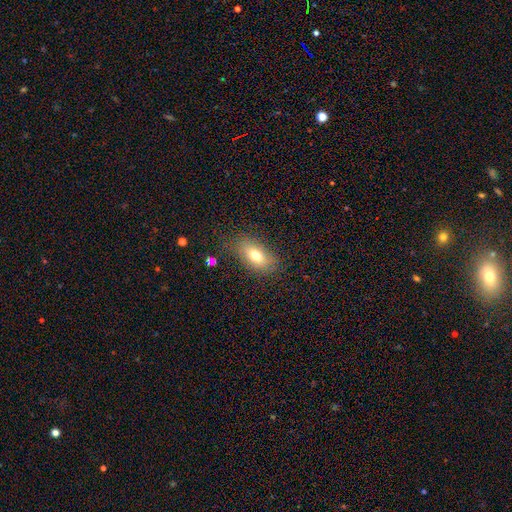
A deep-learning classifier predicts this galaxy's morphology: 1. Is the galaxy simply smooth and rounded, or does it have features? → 73% smooth, 17% featured or disk, 10% star or artifact.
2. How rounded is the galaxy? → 87% in between, 8% round, 5% cigar-shaped.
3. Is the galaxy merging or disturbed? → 81% none, 13% minor disturbance, 5% major disturbance, 1% merger.